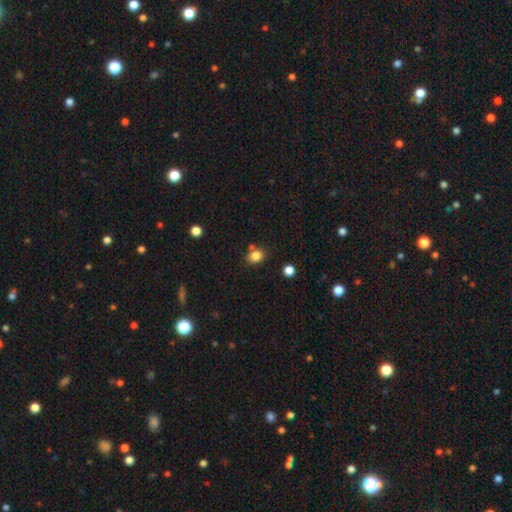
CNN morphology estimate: This appears to be a smooth galaxy with no disk features (83%) that is in between round and cigar-shaped (52%). Merging: none (72%).